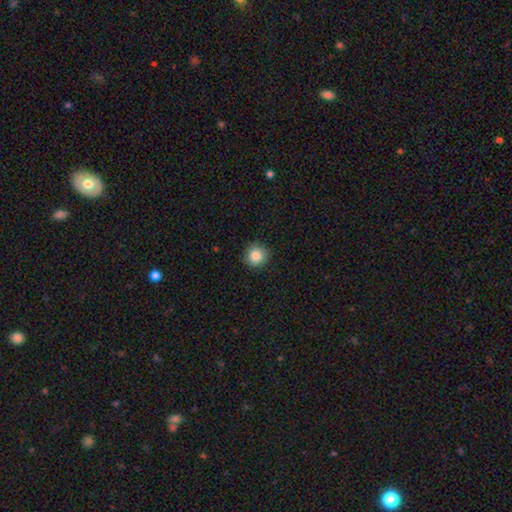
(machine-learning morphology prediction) type=smooth (85%); roundness=round (93%); merging=none (88%).